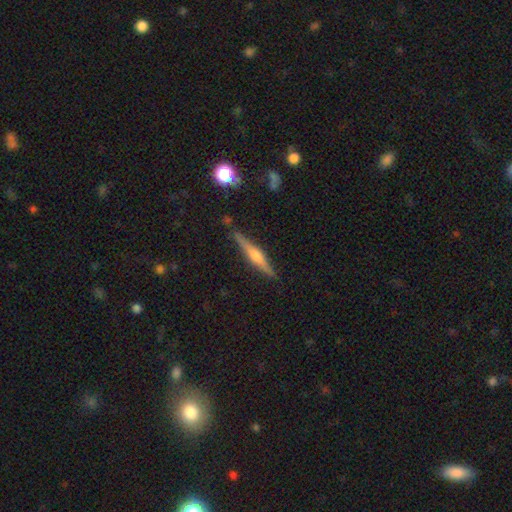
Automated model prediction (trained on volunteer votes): Smooth or featured?
  - featured or disk: 69% *
  - smooth: 24%
  - star or artifact: 7%
Edge-on disk?
  - yes: 97% *
  - no: 3%
Edge-on bulge?
  - rounded: 81% *
  - boxy: 12%
  - none: 7%
Merging?
  - none: 87% *
  - minor disturbance: 9%
  - major disturbance: 2%
  - merger: 2%